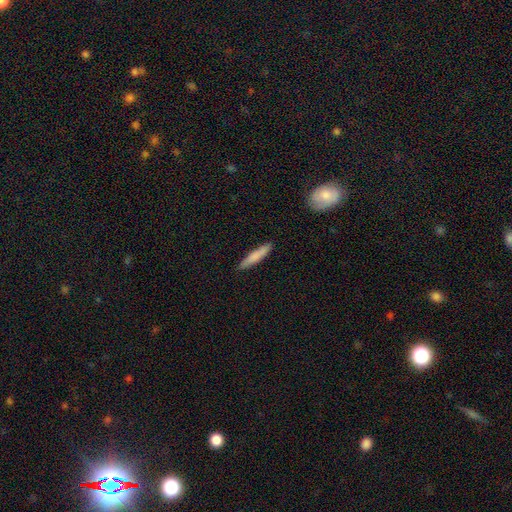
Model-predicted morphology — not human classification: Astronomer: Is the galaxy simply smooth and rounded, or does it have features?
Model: smooth — 78%.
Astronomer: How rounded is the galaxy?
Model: cigar-shaped — 91%.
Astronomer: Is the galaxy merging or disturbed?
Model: none — 89%.